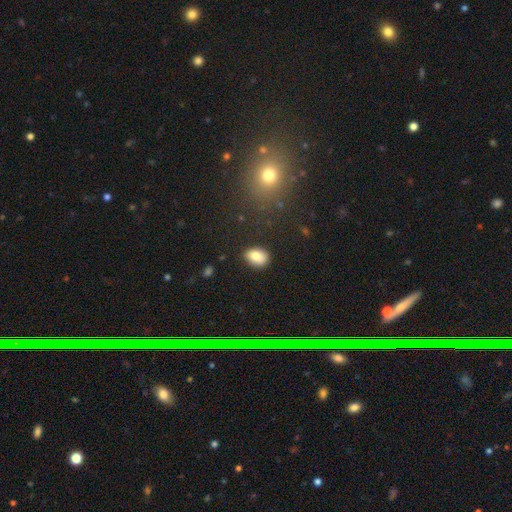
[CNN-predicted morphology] Q: Smooth or featured?
A: smooth (82%); runner-up: featured or disk (9%)
Q: How rounded?
A: in between (79%); runner-up: round (20%)
Q: Merging?
A: none (80%); runner-up: minor disturbance (15%)